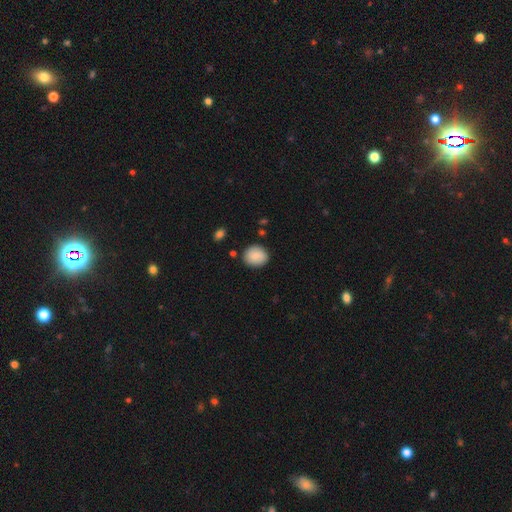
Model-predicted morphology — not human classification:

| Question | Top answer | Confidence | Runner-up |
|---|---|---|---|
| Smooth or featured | smooth | 83% | featured or disk (10%) |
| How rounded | round | 76% | in between (23%) |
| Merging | none | 85% | minor disturbance (11%) |